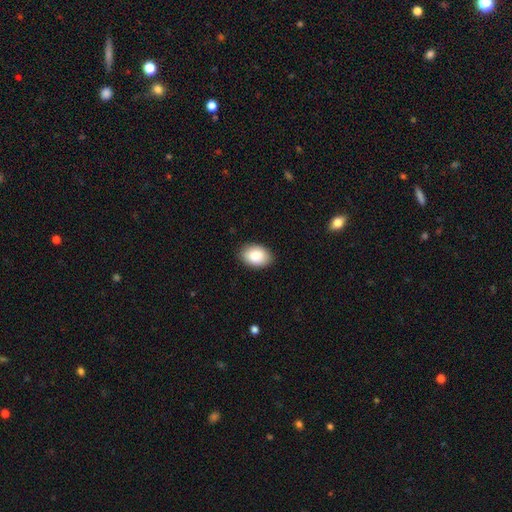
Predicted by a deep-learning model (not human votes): smooth 88%, star or artifact 6%, featured or disk 6%. Down the decision tree: how rounded — in between (87%); merging — none (88%).